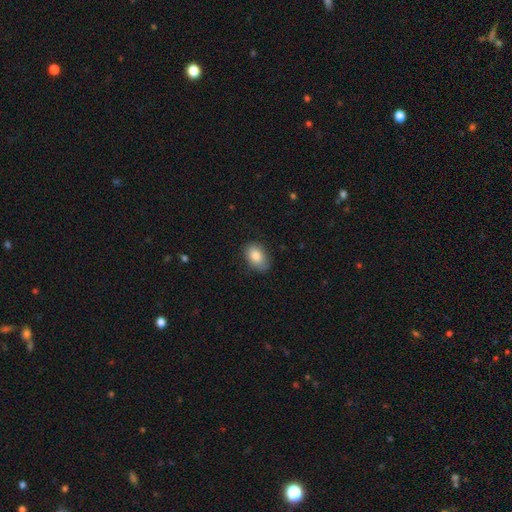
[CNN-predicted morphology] Overall: smooth (84%). How rounded: in between (85%). Merging: none (78%).